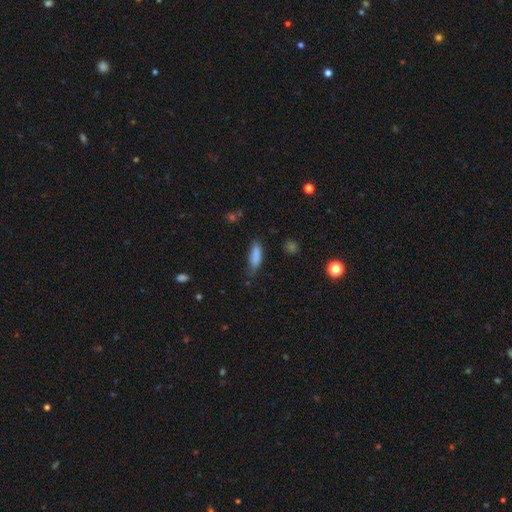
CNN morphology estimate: A smooth galaxy with no disk features (83%) that is in between round and cigar-shaped (63%).

Vote fractions:
- Smooth or featured? smooth: 83% / star or artifact: 9% / featured or disk: 8%
- How rounded? in between: 63% / cigar-shaped: 34% / round: 2%
- Merging? none: 57% / minor disturbance: 30% / major disturbance: 9% / merger: 4%